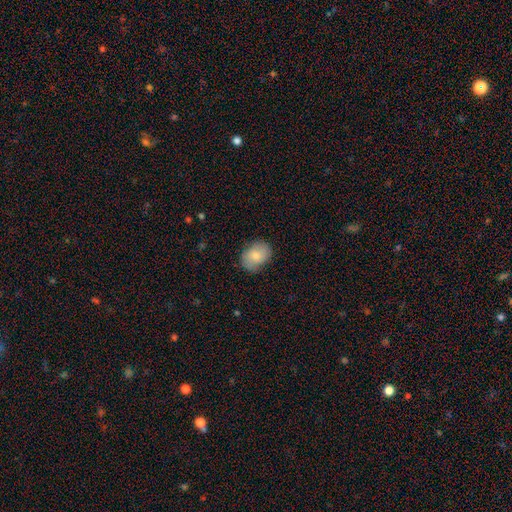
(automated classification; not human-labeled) The model was most divided on "how rounded": in between: 69%, round: 30%, cigar-shaped: 1%. More confident: merging — none (78%); smooth or featured — smooth (77%).